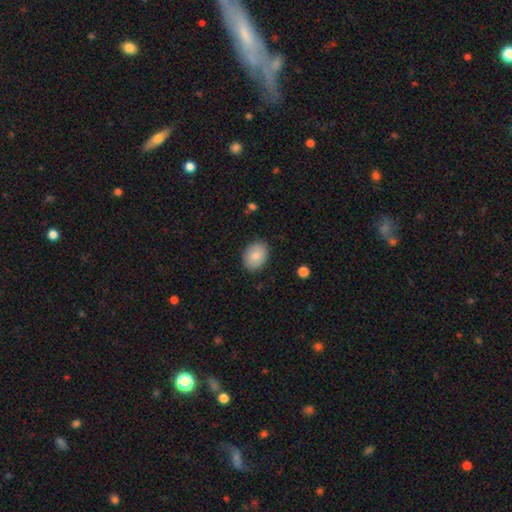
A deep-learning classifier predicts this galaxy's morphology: smooth 84%, featured or disk 9%, star or artifact 7%. Down the decision tree: how rounded — in between (67%); merging — none (86%).